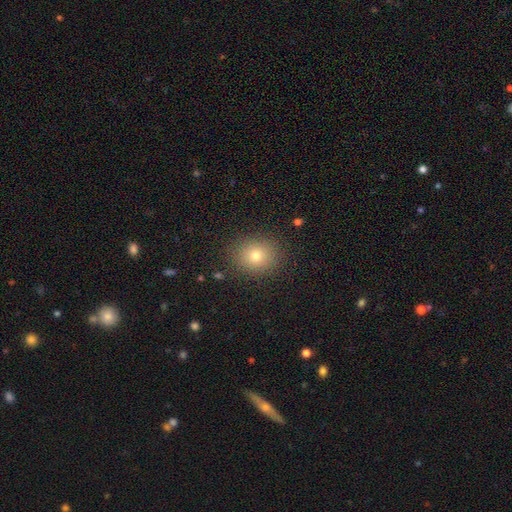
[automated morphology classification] Smooth or featured: smooth — 75% (star or artifact — 15%)
How rounded: round — 72% (in between — 27%)
Merging: none — 88% (minor disturbance — 8%)